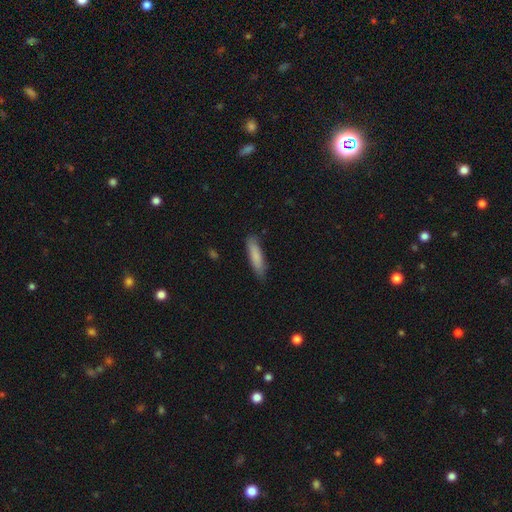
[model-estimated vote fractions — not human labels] Smooth or featured? Predicted: smooth (p=0.83). How rounded? Predicted: cigar-shaped (p=0.77). Merging? Predicted: none (p=0.82).